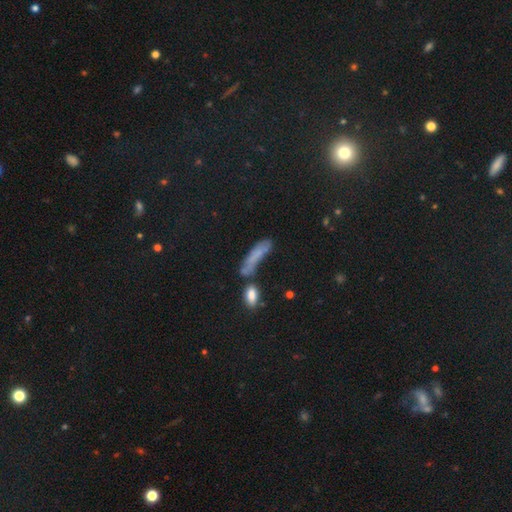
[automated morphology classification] The model was most divided on "merging": none: 44%, merger: 22%, minor disturbance: 21%, major disturbance: 12%. More confident: how rounded — cigar-shaped (68%); smooth or featured — smooth (60%).